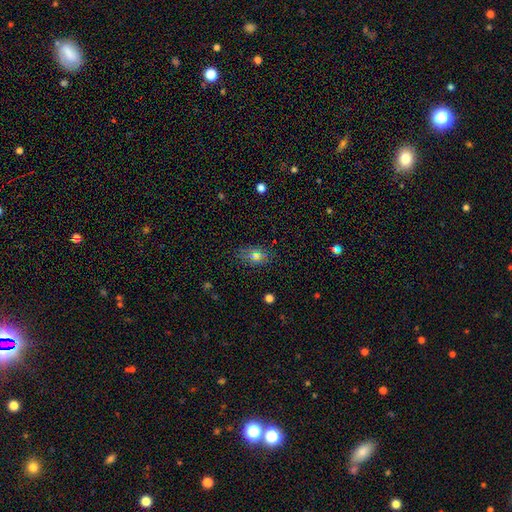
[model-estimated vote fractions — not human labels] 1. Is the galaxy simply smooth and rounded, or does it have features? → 62% smooth, 26% star or artifact, 12% featured or disk.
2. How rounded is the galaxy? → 76% in between, 19% round, 5% cigar-shaped.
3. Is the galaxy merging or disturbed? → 83% none, 12% minor disturbance, 4% major disturbance, 2% merger.